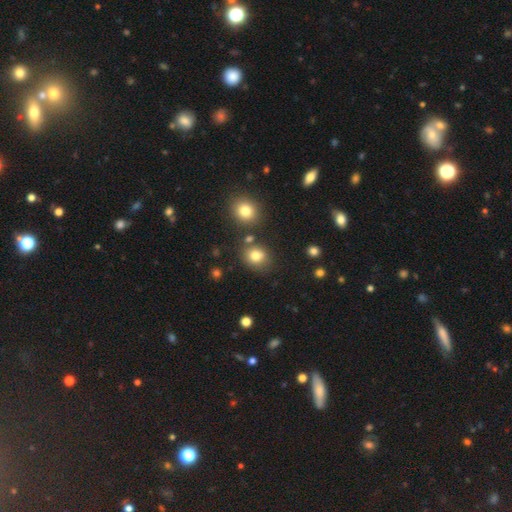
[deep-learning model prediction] Smooth or featured? smooth (79%)
How rounded? round (72%)
Merging? none (73%)